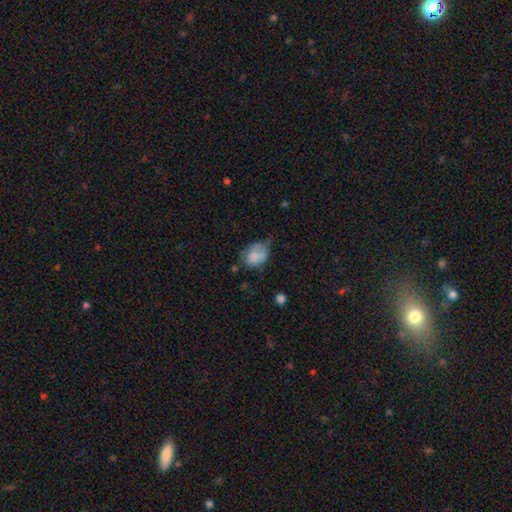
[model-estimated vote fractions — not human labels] This appears to be a smooth galaxy with no disk features (72%) that is in between round and cigar-shaped (66%). Merging: minor disturbance (40%).